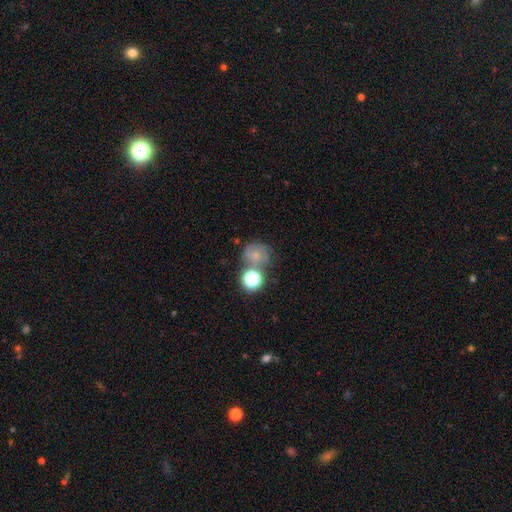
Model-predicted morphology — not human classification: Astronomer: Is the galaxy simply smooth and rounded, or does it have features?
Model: smooth — 58%.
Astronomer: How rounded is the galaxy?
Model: round — 80%.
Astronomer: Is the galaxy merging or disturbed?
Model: none — 50% (runner-up: merger, 26%).